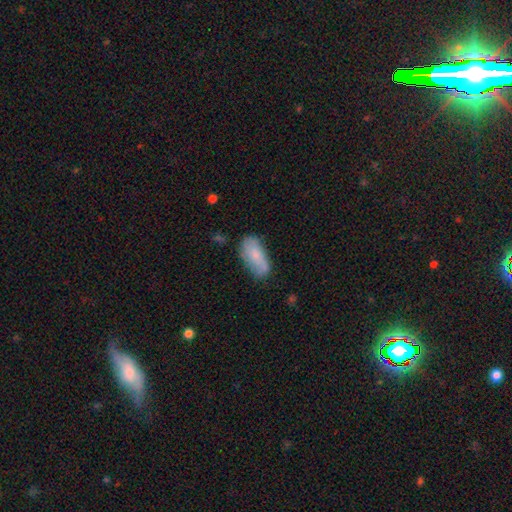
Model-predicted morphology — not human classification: Smooth or featured? Predicted: smooth (p=0.74). How rounded? Predicted: in between (p=0.89). Merging? Predicted: none (p=0.58).